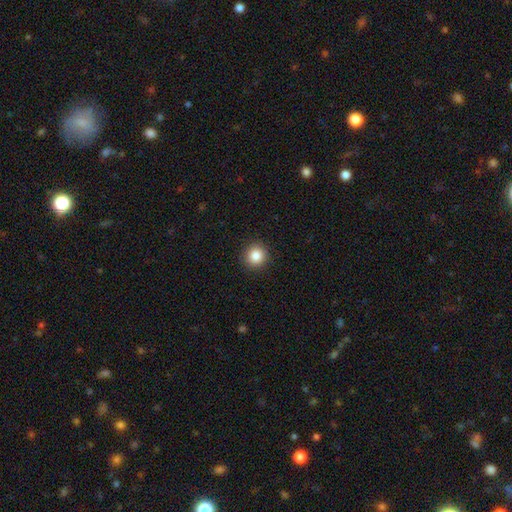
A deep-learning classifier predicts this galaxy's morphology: type=smooth (85%); roundness=round (93%); merging=none (92%).